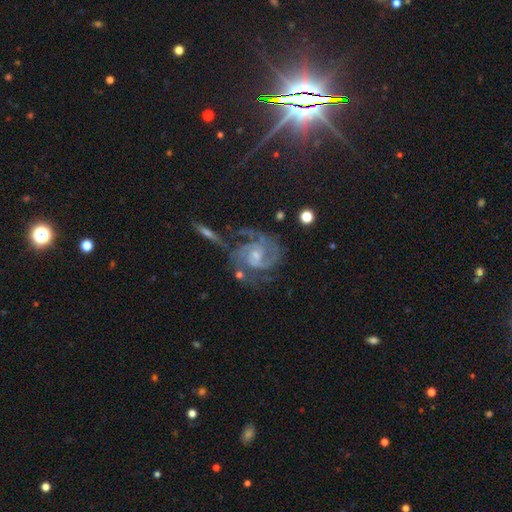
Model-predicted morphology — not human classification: smooth_or_featured: featured or disk (p=0.87) [alt: star or artifact p=0.07]
disk_edge_on: no (p=0.97) [alt: yes p=0.03]
bar: no (p=0.54) [alt: weak p=0.37]
has_spiral_arms: yes (p=0.97) [alt: no p=0.03]
spiral_winding: tight (p=0.50) [alt: medium p=0.41]
spiral_arm_count: 2 (p=0.53) [alt: 3 p=0.19]
bulge_size: small (p=0.60) [alt: moderate p=0.30]
merging: none (p=0.56) [alt: minor disturbance p=0.20]